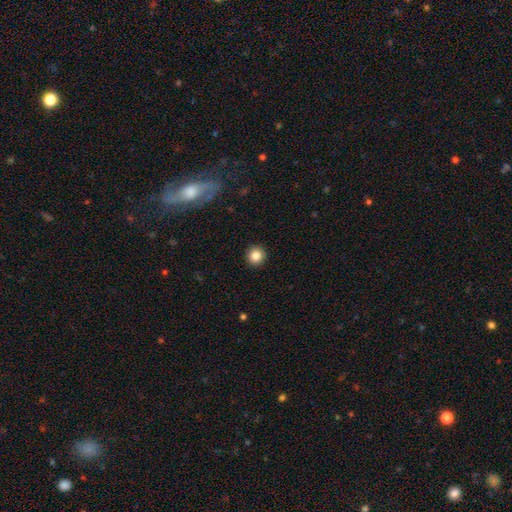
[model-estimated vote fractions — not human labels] A smooth galaxy with no disk features (85%) that is round (94%). Merging: none (93%).